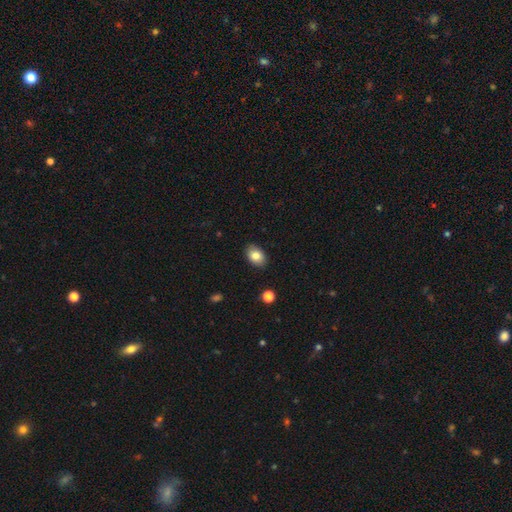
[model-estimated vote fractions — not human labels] smooth_or_featured: smooth (p=0.83) [alt: featured or disk p=0.09]
how_rounded: in between (p=0.83) [alt: round p=0.16]
merging: none (p=0.87) [alt: minor disturbance p=0.10]